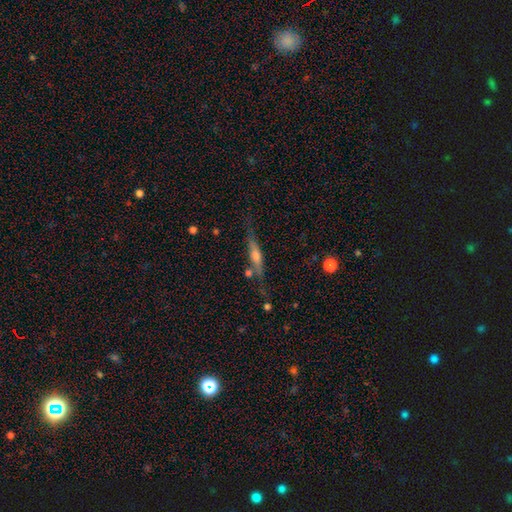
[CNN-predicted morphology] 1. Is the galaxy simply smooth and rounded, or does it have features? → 66% featured or disk, 26% smooth, 8% star or artifact.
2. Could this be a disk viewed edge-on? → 94% yes, 6% no.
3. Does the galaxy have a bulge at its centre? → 76% rounded, 13% boxy, 11% none.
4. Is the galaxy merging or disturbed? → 71% none, 17% minor disturbance, 7% merger, 6% major disturbance.